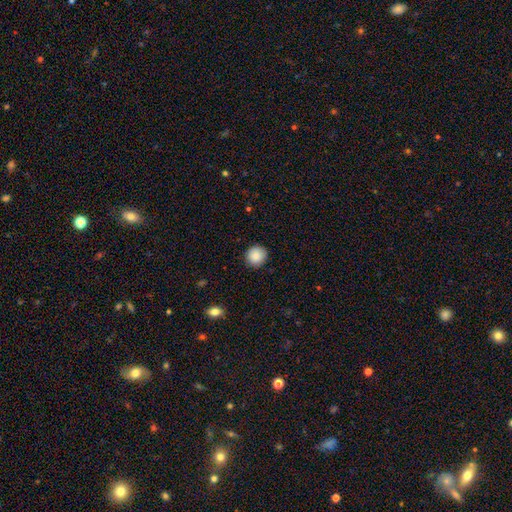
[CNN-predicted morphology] smooth 88%, star or artifact 8%, featured or disk 4%. Down the decision tree: how rounded — round (92%); merging — none (90%).